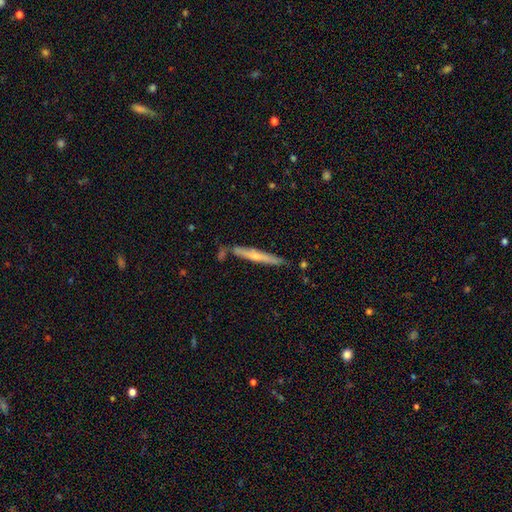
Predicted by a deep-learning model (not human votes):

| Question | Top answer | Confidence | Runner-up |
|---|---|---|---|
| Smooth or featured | featured or disk | 47% | tied: smooth (47%) |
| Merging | none | 77% | minor disturbance (14%) |